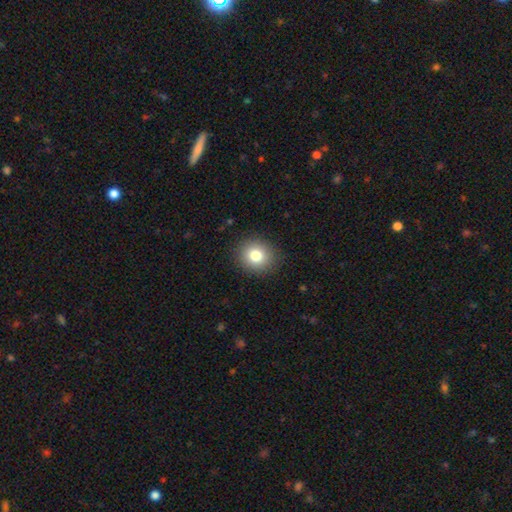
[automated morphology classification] smooth 80%, star or artifact 11%, featured or disk 9%. Down the decision tree: how rounded — round (78%); merging — none (89%).